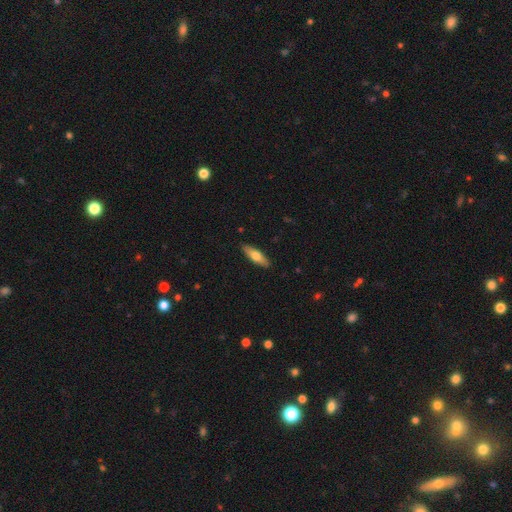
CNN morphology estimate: smooth-or-featured: smooth: 64% | featured or disk: 31% | star or artifact: 6%
  how-rounded: cigar-shaped: 56% | in between: 42% | round: 2%
  merging: none: 89% | minor disturbance: 8% | major disturbance: 2% | merger: 1%